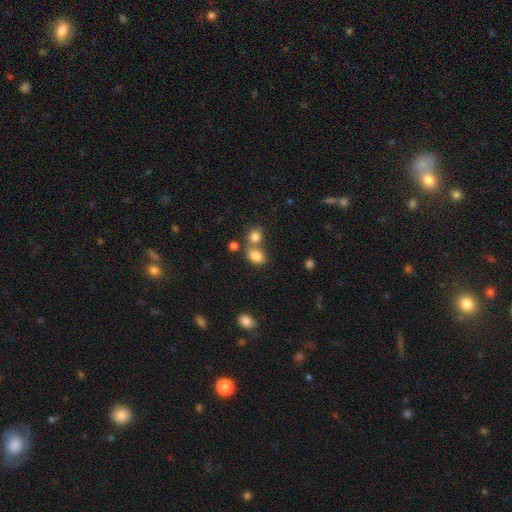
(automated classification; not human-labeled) smooth 83%, star or artifact 10%, featured or disk 7%. Down the decision tree: how rounded — in between (76%); merging — none (49%).